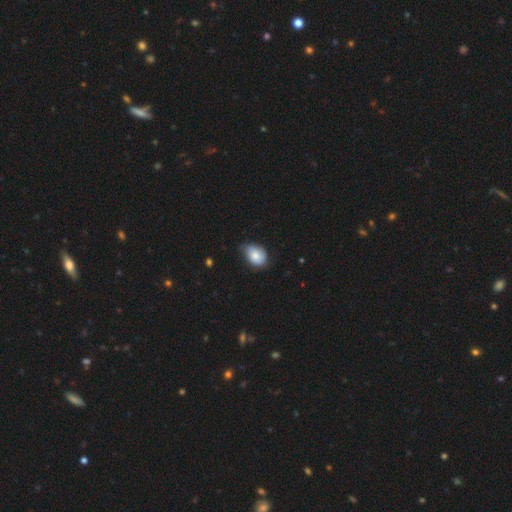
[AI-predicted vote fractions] Smooth or featured?
  - smooth: 75% *
  - featured or disk: 17%
  - star or artifact: 7%
How rounded?
  - in between: 74% *
  - round: 25%
  - cigar-shaped: 1%
Merging?
  - none: 57% *
  - minor disturbance: 36%
  - major disturbance: 6%
  - merger: 1%